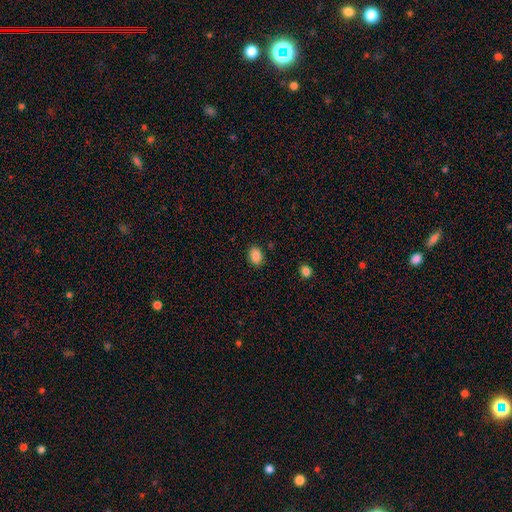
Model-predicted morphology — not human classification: Smooth or featured?
  - smooth: 87% *
  - star or artifact: 9%
  - featured or disk: 5%
How rounded?
  - in between: 61% *
  - round: 38%
  - cigar-shaped: 1%
Merging?
  - none: 88% *
  - minor disturbance: 8%
  - major disturbance: 2%
  - merger: 1%